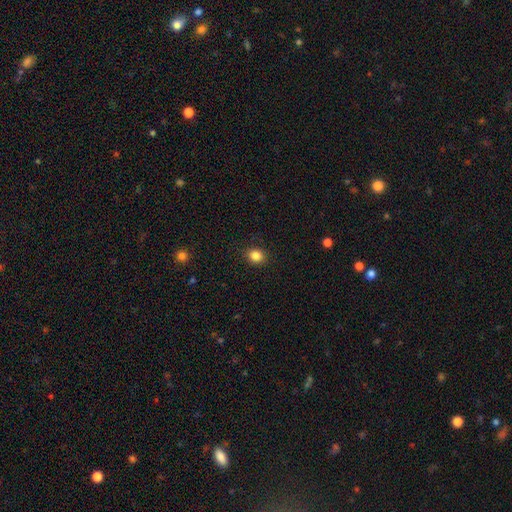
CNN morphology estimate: This is clearly a smooth galaxy (85%). How rounded: likely round (72%). Merging: clearly none (89%).